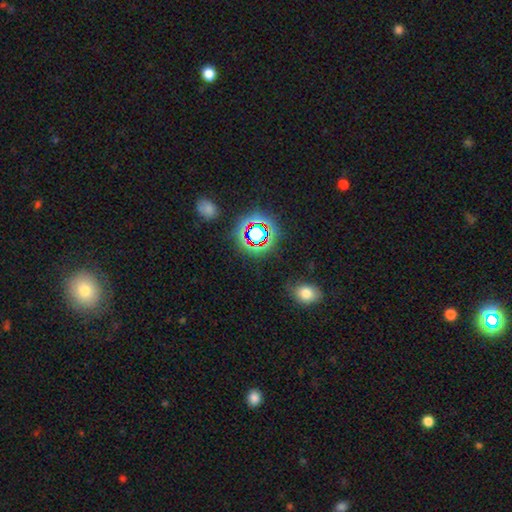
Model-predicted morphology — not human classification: This appears to be a star or artifact, not a galaxy (63%).